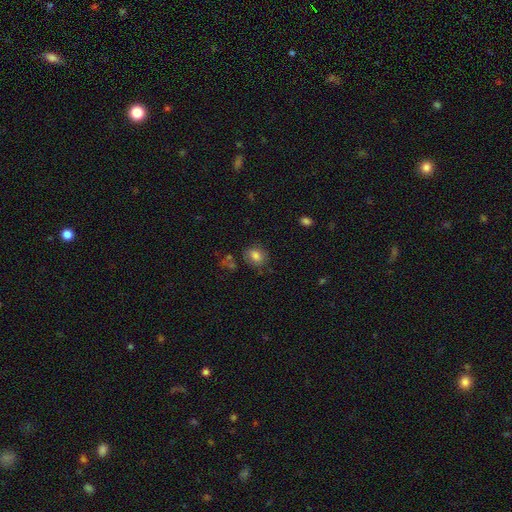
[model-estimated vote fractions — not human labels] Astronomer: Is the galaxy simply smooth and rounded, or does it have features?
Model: smooth — 78%.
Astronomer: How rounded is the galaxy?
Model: in between — 50% (runner-up: round, 49%).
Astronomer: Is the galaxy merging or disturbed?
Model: none — 75%.